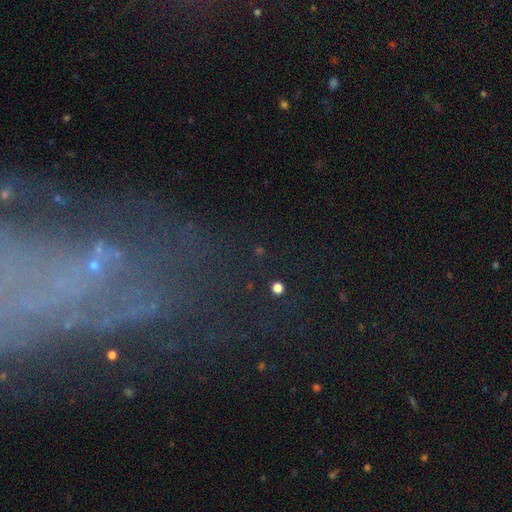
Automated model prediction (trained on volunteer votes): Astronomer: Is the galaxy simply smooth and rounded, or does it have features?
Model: featured or disk — 51% (runner-up: star or artifact, 32%).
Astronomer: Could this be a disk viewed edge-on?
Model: no — 91%.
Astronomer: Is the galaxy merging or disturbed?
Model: none — 50% (runner-up: major disturbance, 25%).